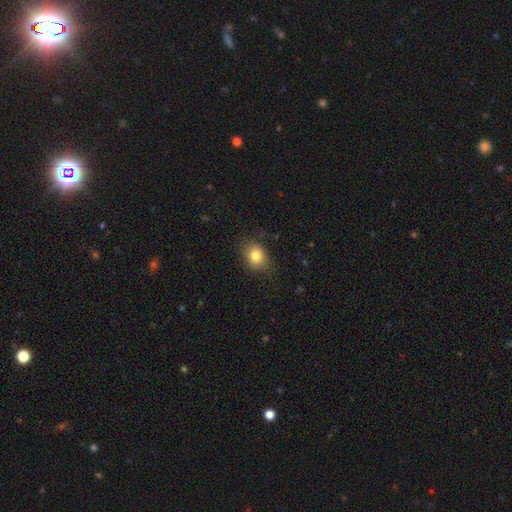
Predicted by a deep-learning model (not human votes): This is clearly a smooth galaxy (81%). How rounded: possibly in between (56%). Merging: likely none (76%).